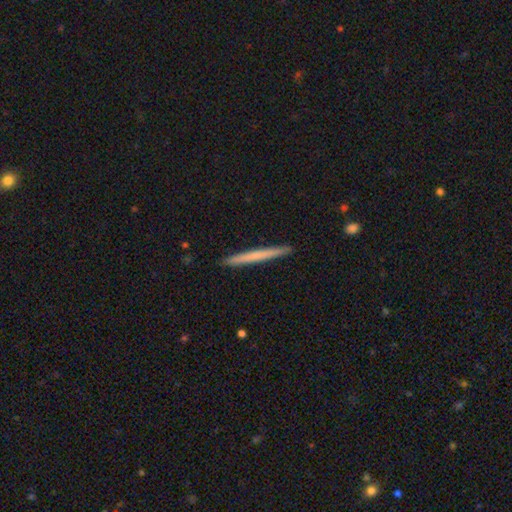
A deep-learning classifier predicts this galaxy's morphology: This appears to be a smooth galaxy with no disk features (61%) that is cigar-shaped (97%). Merging: none (93%).